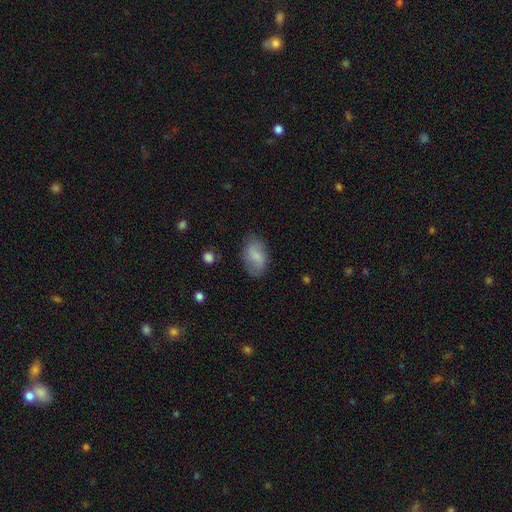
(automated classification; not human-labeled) Smooth or featured: smooth — 74% (featured or disk — 18%)
How rounded: in between — 91% (round — 7%)
Merging: none — 72% (minor disturbance — 20%)